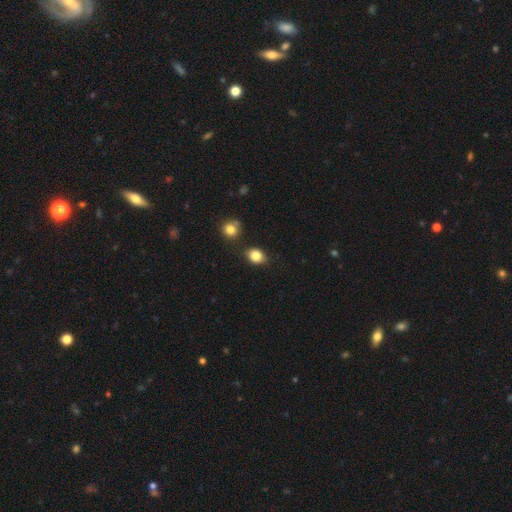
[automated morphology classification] Smooth or featured? smooth (84%)
How rounded? in between (55%)
Merging? none (79%)